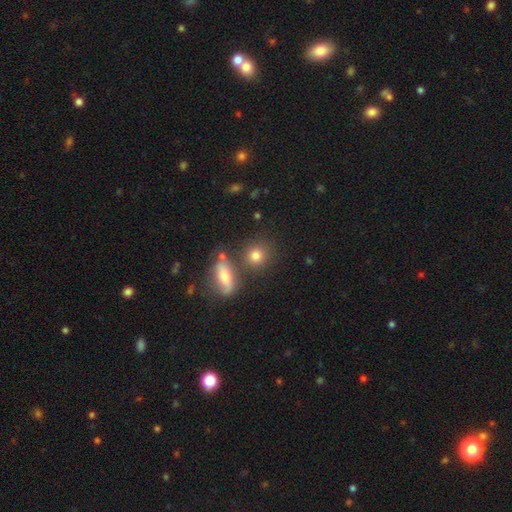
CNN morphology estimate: smooth-or-featured: smooth: 79% | star or artifact: 11% | featured or disk: 10%
  how-rounded: round: 79% | in between: 18% | cigar-shaped: 3%
  merging: none: 69% | merger: 17% | minor disturbance: 10% | major disturbance: 4%